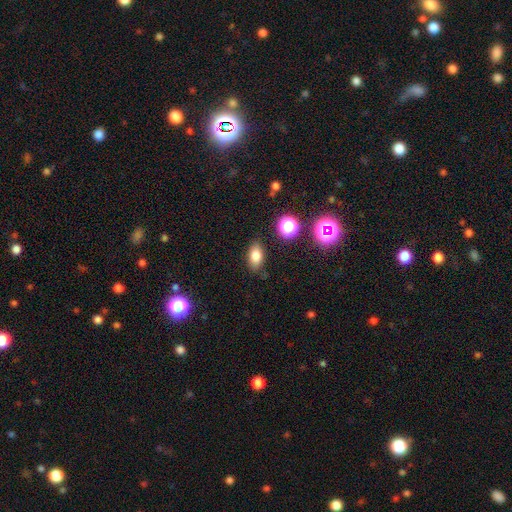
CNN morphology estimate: Smooth or featured?
  - smooth: 79% *
  - star or artifact: 12%
  - featured or disk: 9%
How rounded?
  - in between: 87% *
  - round: 10%
  - cigar-shaped: 3%
Merging?
  - none: 84% *
  - minor disturbance: 11%
  - major disturbance: 3%
  - merger: 2%